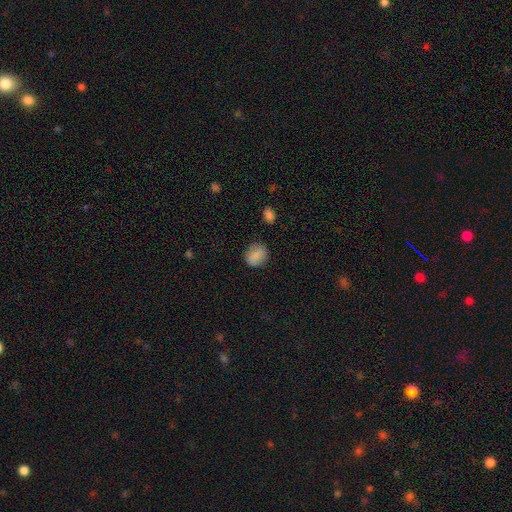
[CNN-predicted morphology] A smooth galaxy with no disk features (84%) that is round (67%). Merging: none (83%).